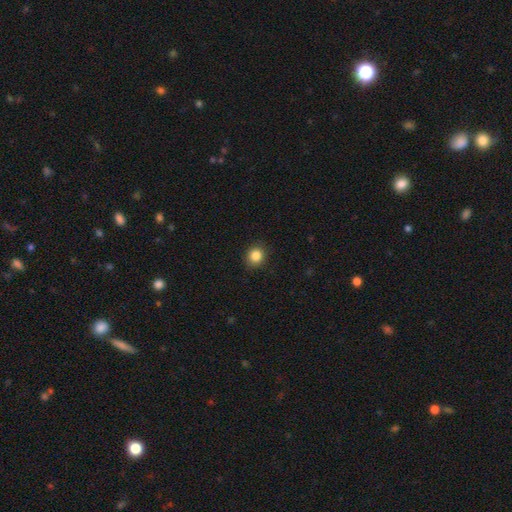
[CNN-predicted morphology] This is clearly a smooth galaxy (85%). How rounded: clearly round (81%). Merging: clearly none (89%).